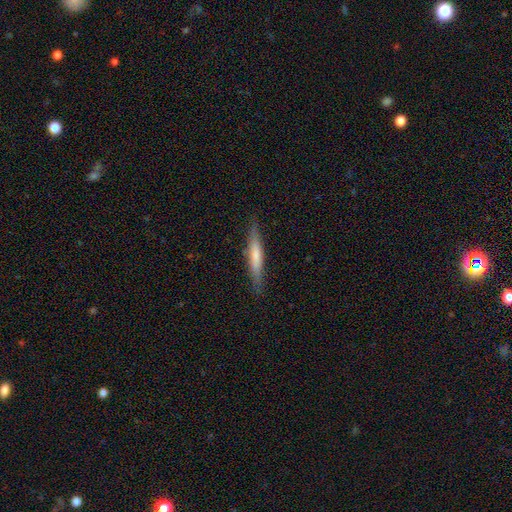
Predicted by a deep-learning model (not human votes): smooth 56%, featured or disk 39%, star or artifact 6%. Down the decision tree: how rounded — cigar-shaped (92%); merging — none (87%).